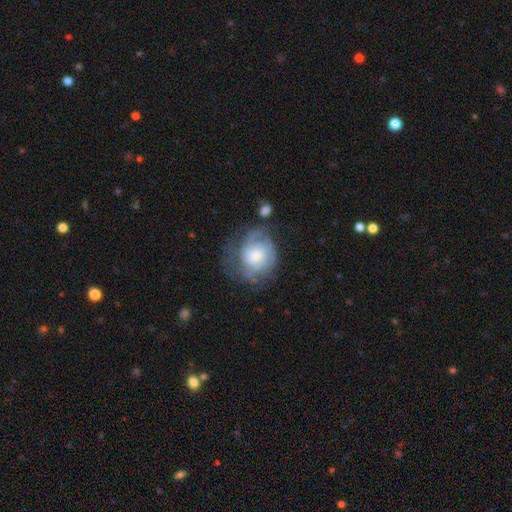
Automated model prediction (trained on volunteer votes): Smooth or featured: featured or disk — 61% (smooth — 32%)
Edge-on disk: no — 97% (yes — 3%)
Bar: no — 74% (weak — 22%)
Spiral arms: yes — 78% (no — 22%)
Bulge size: moderate — 42% (small — 36%)
Merging: none — 47% (minor disturbance — 26%)